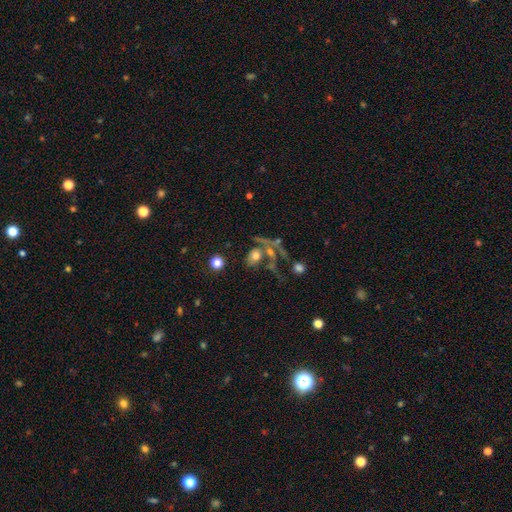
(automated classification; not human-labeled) This is likely a smooth galaxy (62%). How rounded: possibly in between (59%). Merging: possibly none (47%).